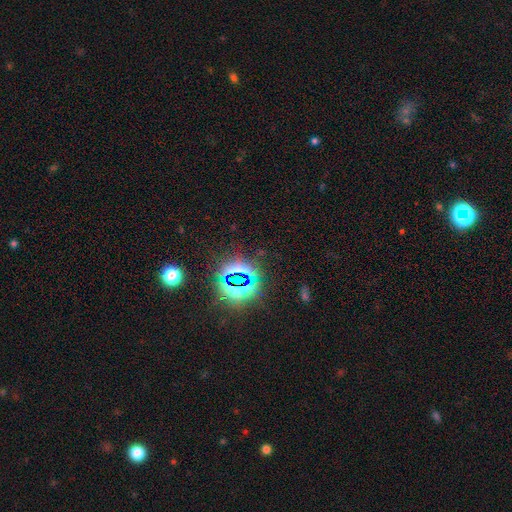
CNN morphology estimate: Smooth or featured: star or artifact — 79% (smooth — 12%)